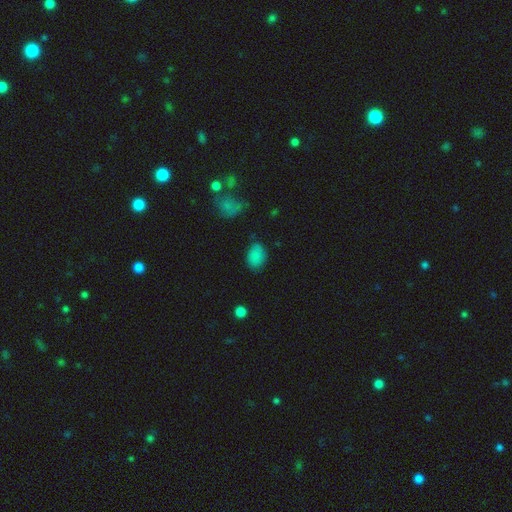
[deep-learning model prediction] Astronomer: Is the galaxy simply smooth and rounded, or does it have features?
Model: smooth — 85%.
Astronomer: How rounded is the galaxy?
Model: in between — 79%.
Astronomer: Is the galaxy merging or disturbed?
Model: none — 76%.